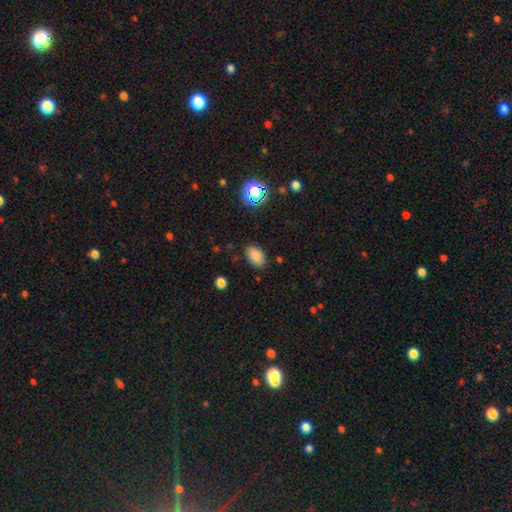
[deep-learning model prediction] Overall: smooth (84%). How rounded: in between (88%). Merging: none (84%).